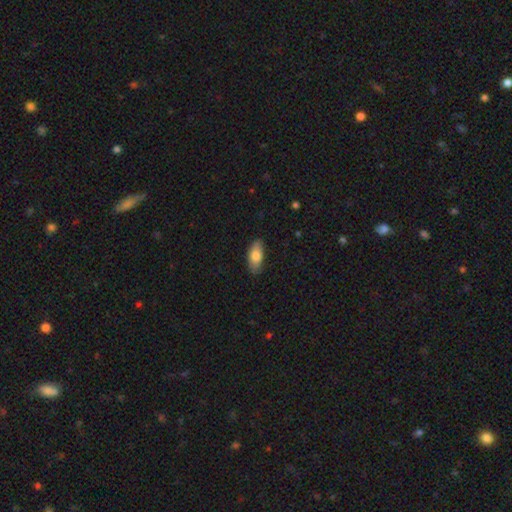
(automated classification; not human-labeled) Smooth or featured? smooth (81%)
How rounded? in between (87%)
Merging? none (86%)